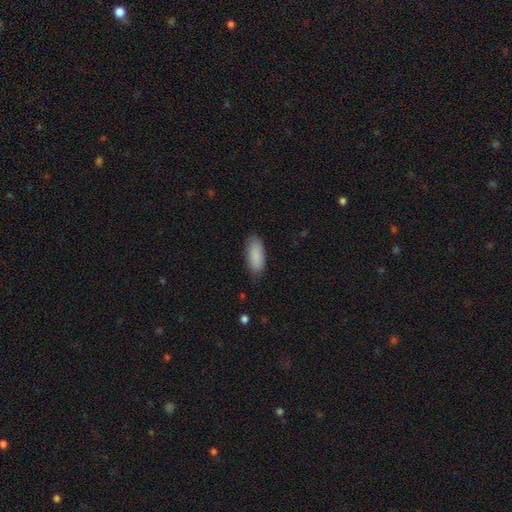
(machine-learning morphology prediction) A smooth galaxy with no disk features (89%) that is in between round and cigar-shaped (85%). Merging: none (83%).